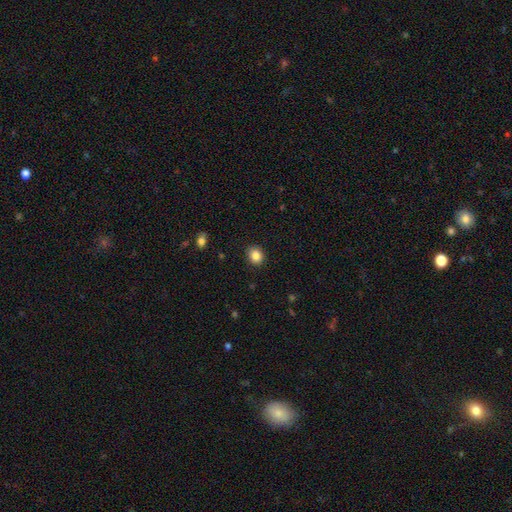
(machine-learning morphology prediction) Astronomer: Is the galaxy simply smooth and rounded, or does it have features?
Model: smooth — 85%.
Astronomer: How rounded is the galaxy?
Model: round — 61% (runner-up: in between, 38%).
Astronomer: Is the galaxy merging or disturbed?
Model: none — 88%.